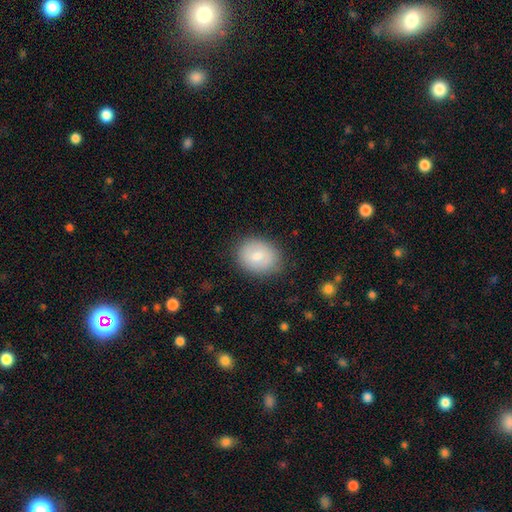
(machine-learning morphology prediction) Overall: smooth (75%). How rounded: in between (54%; round 45%). Merging: none (80%).